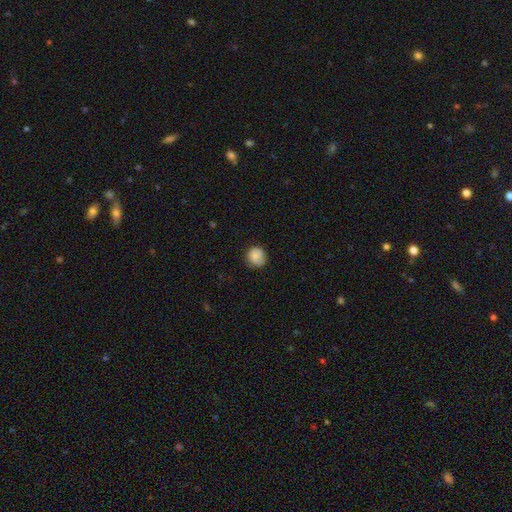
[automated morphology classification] Q: Smooth or featured?
A: smooth (85%); runner-up: star or artifact (8%)
Q: How rounded?
A: round (87%); runner-up: in between (12%)
Q: Merging?
A: none (78%); runner-up: minor disturbance (17%)